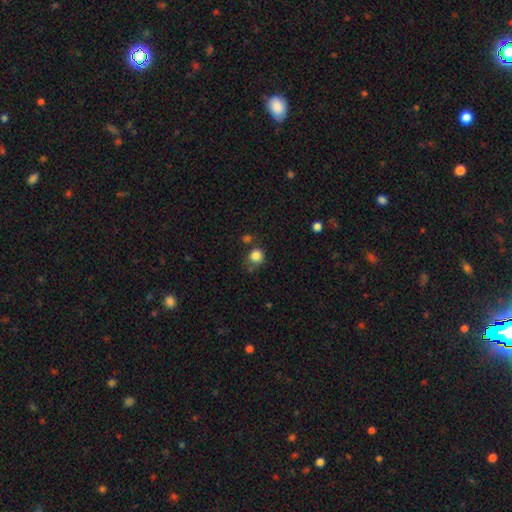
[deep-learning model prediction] This appears to be a smooth galaxy with no disk features (84%) that is round (87%). Merging: none (67%).